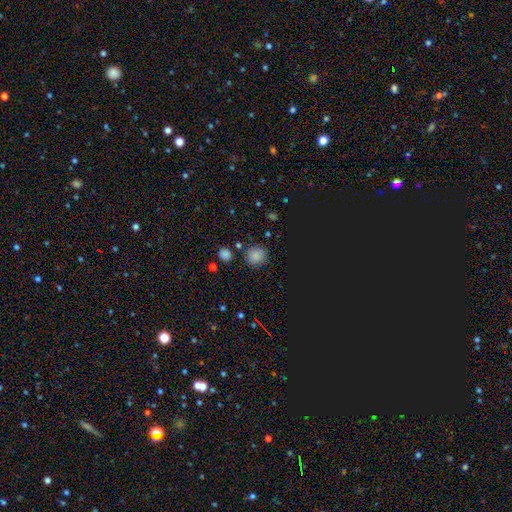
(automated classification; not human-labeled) Morphology: type=smooth (74%); roundness=round (87%); merging=none (81%).